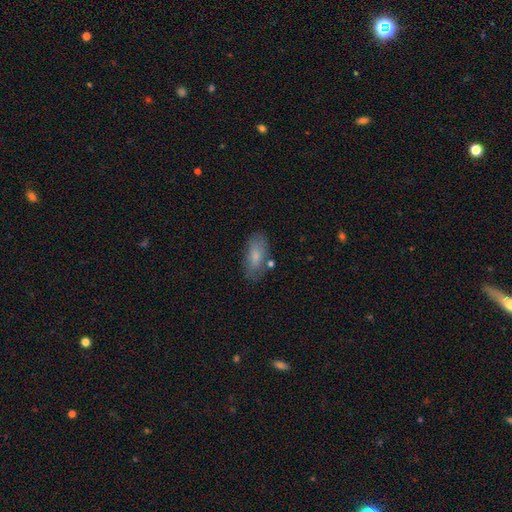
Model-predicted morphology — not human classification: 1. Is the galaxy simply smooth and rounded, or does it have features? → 74% smooth, 19% featured or disk, 7% star or artifact.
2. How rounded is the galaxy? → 86% in between, 10% cigar-shaped, 3% round.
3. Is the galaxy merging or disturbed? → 72% none, 18% minor disturbance, 6% merger, 5% major disturbance.